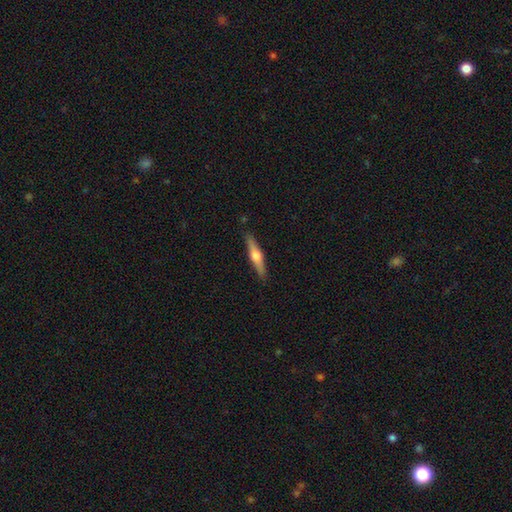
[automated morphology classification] Smooth or featured?
  - featured or disk: 59% *
  - smooth: 35%
  - star or artifact: 6%
Edge-on disk?
  - yes: 97% *
  - no: 3%
Edge-on bulge?
  - rounded: 91% *
  - boxy: 6%
  - none: 3%
Merging?
  - none: 89% *
  - minor disturbance: 8%
  - major disturbance: 2%
  - merger: 1%